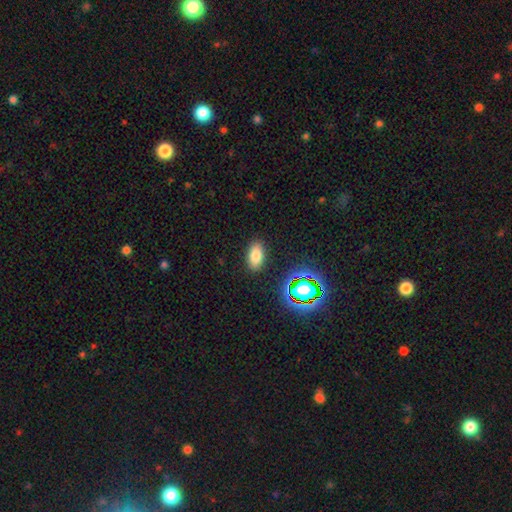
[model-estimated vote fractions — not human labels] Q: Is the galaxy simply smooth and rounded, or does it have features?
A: smooth — 77%.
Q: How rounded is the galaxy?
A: in between — 90%.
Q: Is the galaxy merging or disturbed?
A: none — 88%.